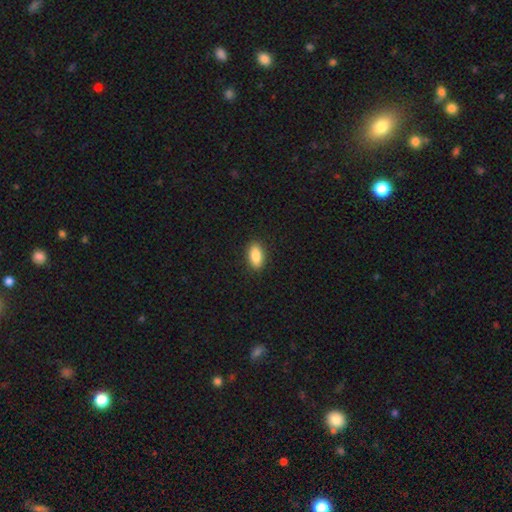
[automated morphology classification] smooth 87%, star or artifact 7%, featured or disk 5%. Down the decision tree: how rounded — in between (88%); merging — none (89%).